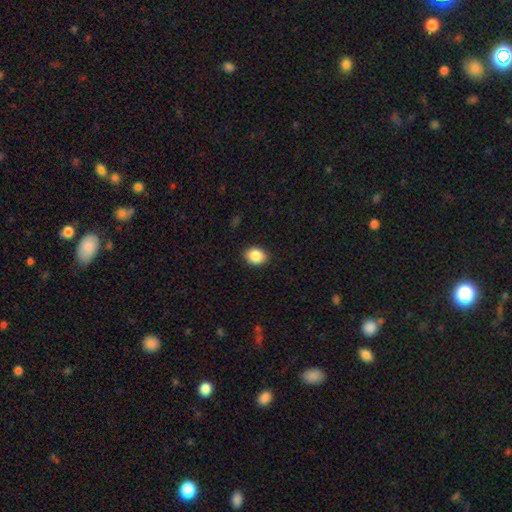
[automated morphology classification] This is clearly a smooth galaxy (88%). How rounded: possibly round (51%). Merging: clearly none (90%).